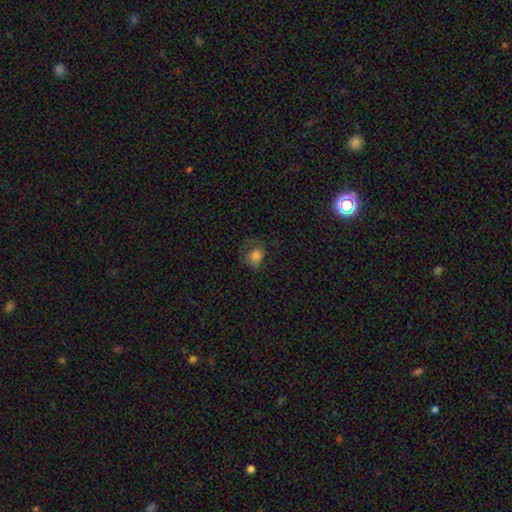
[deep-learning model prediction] The model was most divided on "how rounded": round: 58%, in between: 41%, cigar-shaped: 1%. More confident: smooth or featured — smooth (76%); merging — none (54%).